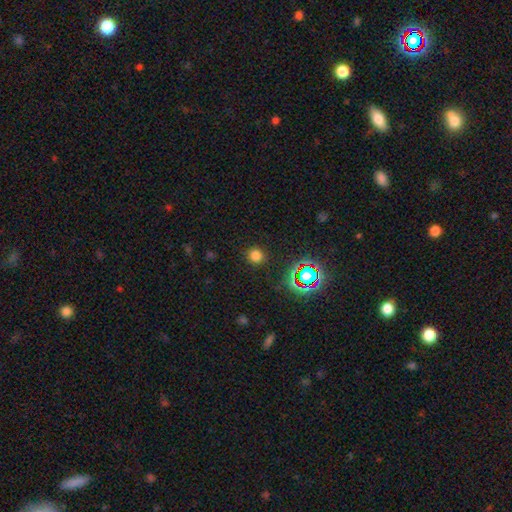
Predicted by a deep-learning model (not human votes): A smooth galaxy with no disk features (76%) that is round (91%).

Vote fractions:
- Smooth or featured? smooth: 76% / star or artifact: 19% / featured or disk: 5%
- How rounded? round: 91% / in between: 7% / cigar-shaped: 1%
- Merging? none: 89% / minor disturbance: 7% / major disturbance: 3% / merger: 1%